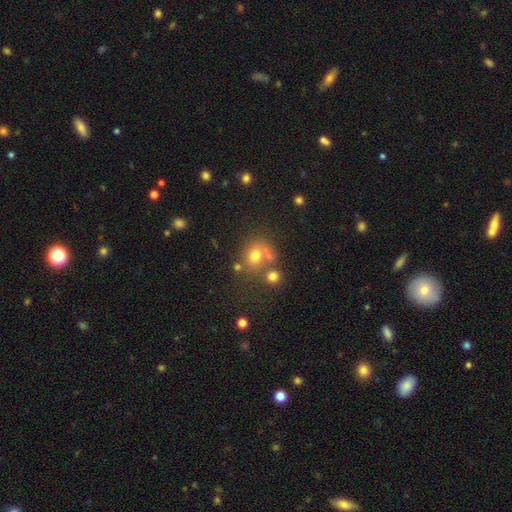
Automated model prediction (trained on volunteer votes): A smooth galaxy with no disk features (68%) that is round (72%). Merging: none (52%).